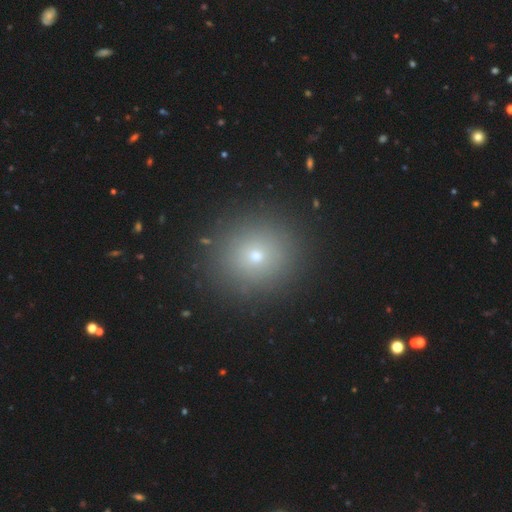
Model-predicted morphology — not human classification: The model was most divided on "smooth or featured": smooth: 67%, star or artifact: 23%, featured or disk: 10%. More confident: how rounded — round (92%); merging — none (91%).